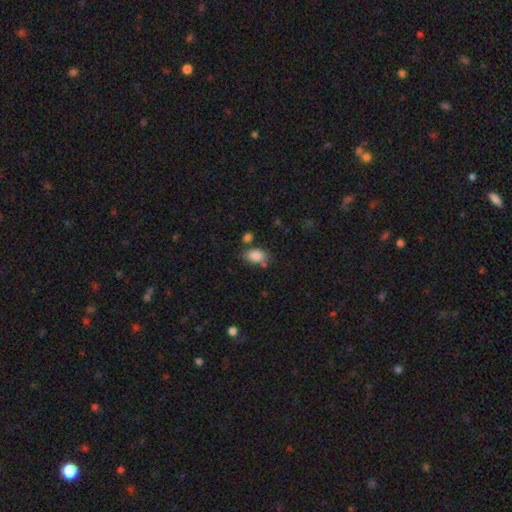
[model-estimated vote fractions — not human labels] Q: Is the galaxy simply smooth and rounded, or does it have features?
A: smooth — 86%.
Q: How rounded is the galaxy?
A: in between — 88%.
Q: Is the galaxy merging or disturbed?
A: none — 65%.